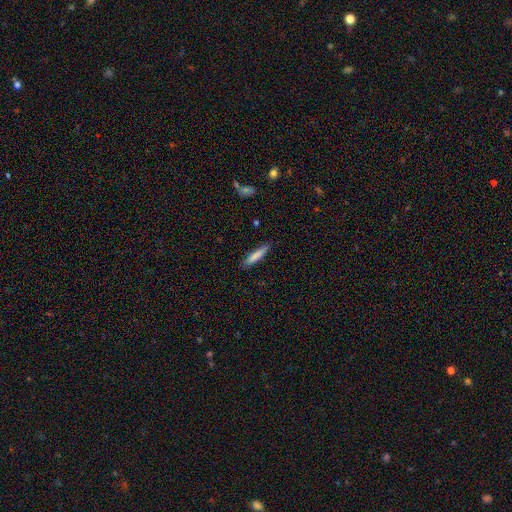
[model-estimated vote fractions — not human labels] smooth 80%, featured or disk 14%, star or artifact 6%. Down the decision tree: how rounded — cigar-shaped (87%); merging — none (85%).